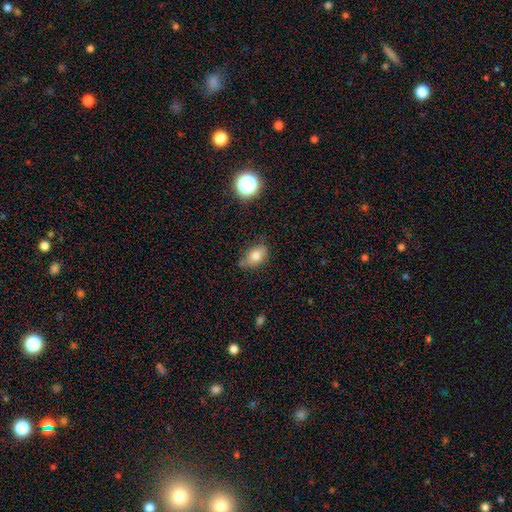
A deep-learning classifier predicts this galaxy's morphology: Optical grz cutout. It shows a smooth galaxy with no disk features (76%) that is in between round and cigar-shaped (83%). Merging: none (62%).